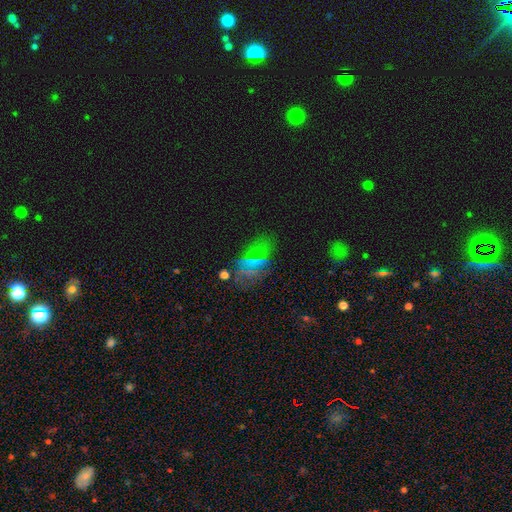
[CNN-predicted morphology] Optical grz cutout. It shows a smooth galaxy with no disk features (41%). Merging: none (71%).